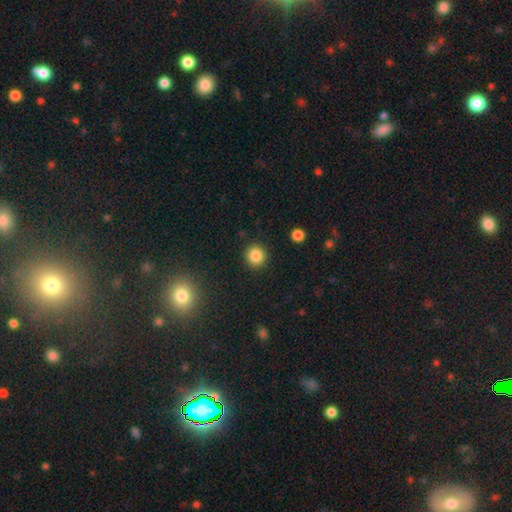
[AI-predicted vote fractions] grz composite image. It shows a smooth galaxy with no disk features (85%) that is round (92%). Merging: none (91%).